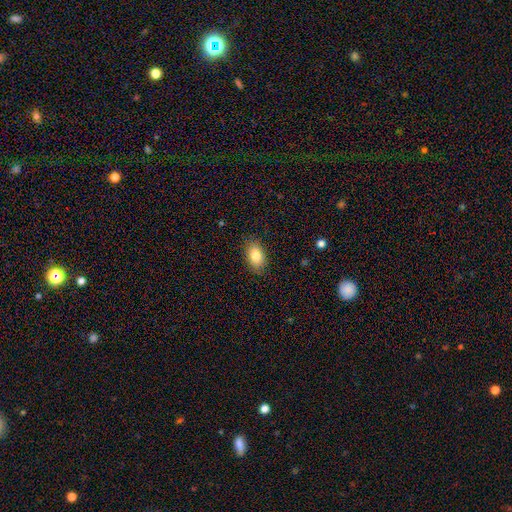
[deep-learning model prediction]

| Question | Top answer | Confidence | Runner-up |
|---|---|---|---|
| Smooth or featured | smooth | 84% | featured or disk (8%) |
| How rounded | in between | 90% | round (8%) |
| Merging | none | 86% | minor disturbance (11%) |